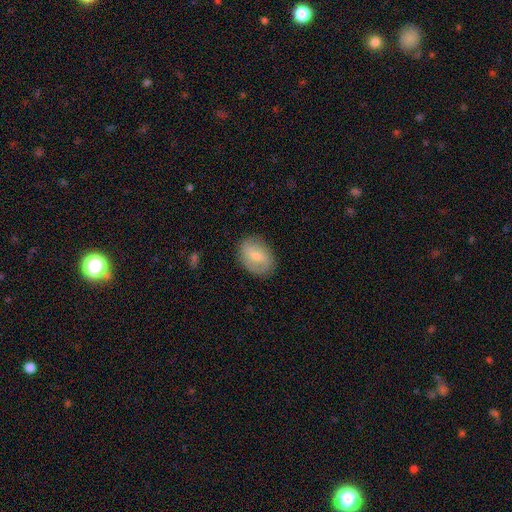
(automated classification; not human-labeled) A smooth galaxy with no disk features (57%) that is in between round and cigar-shaped (75%).

Vote fractions:
- Smooth or featured? smooth: 57% / featured or disk: 36% / star or artifact: 7%
- How rounded? in between: 75% / round: 23% / cigar-shaped: 2%
- Merging? none: 82% / minor disturbance: 13% / major disturbance: 4% / merger: 1%